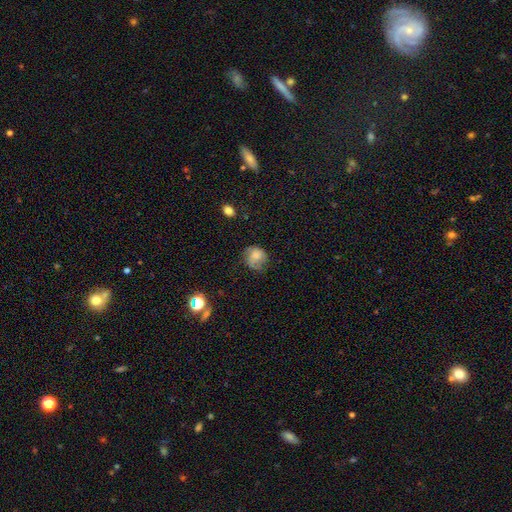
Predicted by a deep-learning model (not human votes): A smooth galaxy with no disk features (58%) that is round (74%).

Vote fractions:
- Smooth or featured? smooth: 58% / featured or disk: 32% / star or artifact: 10%
- How rounded? round: 74% / in between: 25% / cigar-shaped: 1%
- Merging? none: 57% / minor disturbance: 27% / major disturbance: 14% / merger: 2%